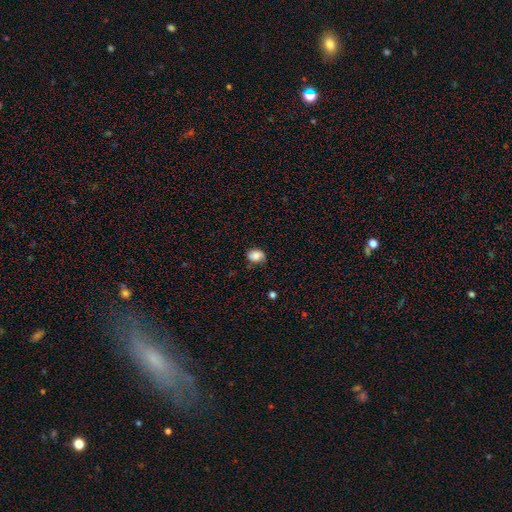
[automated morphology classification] Q: Smooth or featured?
A: smooth (82%); runner-up: star or artifact (9%)
Q: How rounded?
A: in between (59%); runner-up: round (40%)
Q: Merging?
A: none (68%); runner-up: minor disturbance (25%)